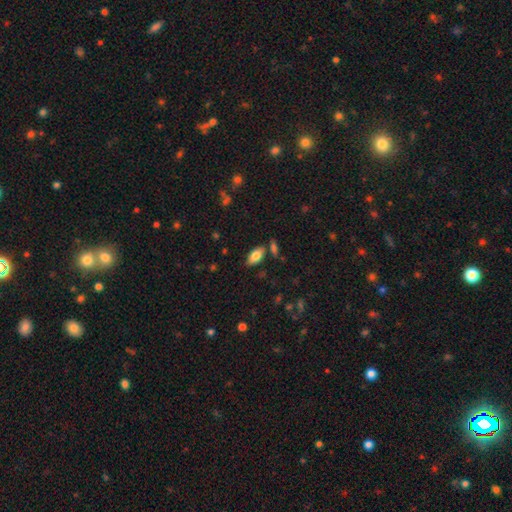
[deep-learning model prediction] The model was most divided on "smooth or featured": smooth: 78%, featured or disk: 14%, star or artifact: 7%. More confident: how rounded — in between (91%); merging — none (78%).